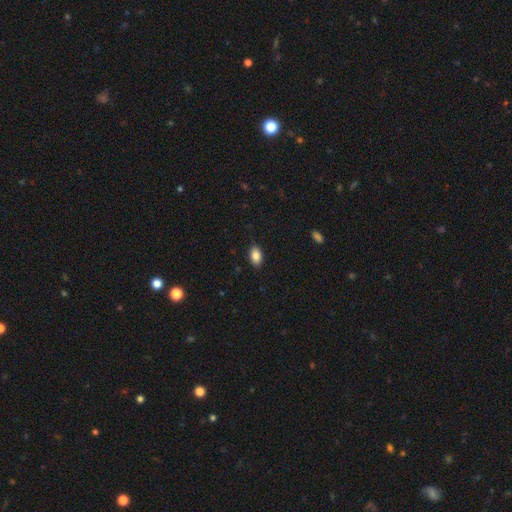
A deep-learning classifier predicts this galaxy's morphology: Overall: smooth (85%). How rounded: in between (89%). Merging: none (87%).